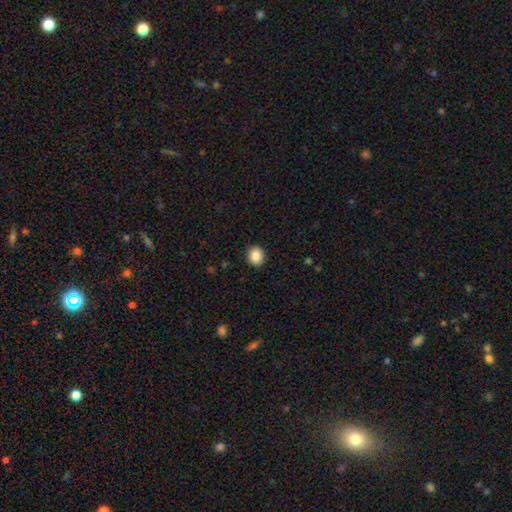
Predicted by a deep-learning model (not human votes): Smooth or featured? Predicted: smooth (p=0.87). How rounded? Predicted: round (p=0.77). Merging? Predicted: none (p=0.91).